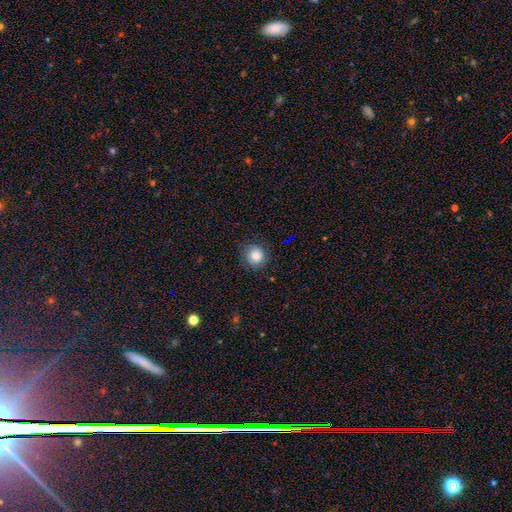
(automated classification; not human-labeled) smooth-or-featured: smooth: 82% | star or artifact: 10% | featured or disk: 7%
  how-rounded: round: 86% | in between: 13% | cigar-shaped: 1%
  merging: none: 83% | minor disturbance: 12% | major disturbance: 4% | merger: 1%